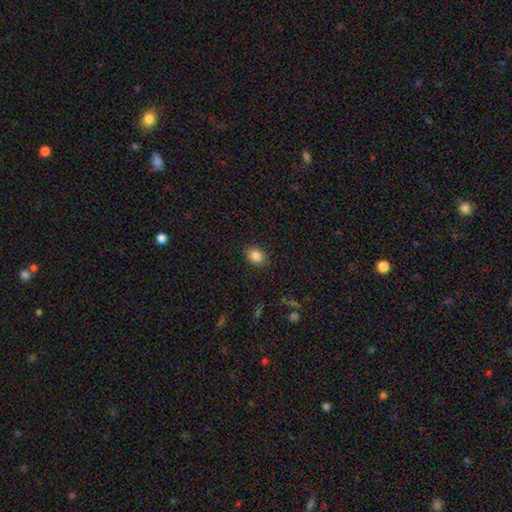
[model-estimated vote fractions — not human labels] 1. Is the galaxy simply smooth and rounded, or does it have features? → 84% smooth, 10% star or artifact, 5% featured or disk.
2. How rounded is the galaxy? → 56% in between, 43% round, 1% cigar-shaped.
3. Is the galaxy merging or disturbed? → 87% none, 10% minor disturbance, 2% major disturbance, 1% merger.